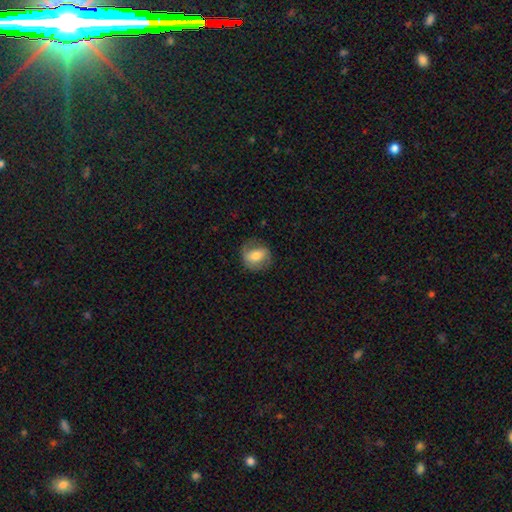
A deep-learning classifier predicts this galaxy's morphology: Smooth or featured? smooth (50%)
Merging? none (73%)